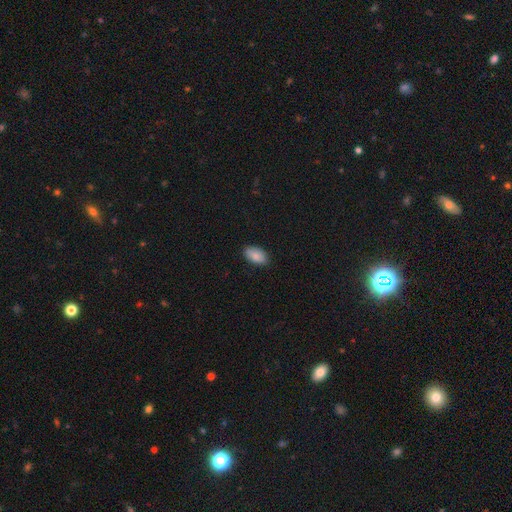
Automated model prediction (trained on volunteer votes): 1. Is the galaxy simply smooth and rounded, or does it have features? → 88% smooth, 7% star or artifact, 6% featured or disk.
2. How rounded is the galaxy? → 94% in between, 4% round, 2% cigar-shaped.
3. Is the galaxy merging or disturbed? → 87% none, 10% minor disturbance, 2% major disturbance, 1% merger.